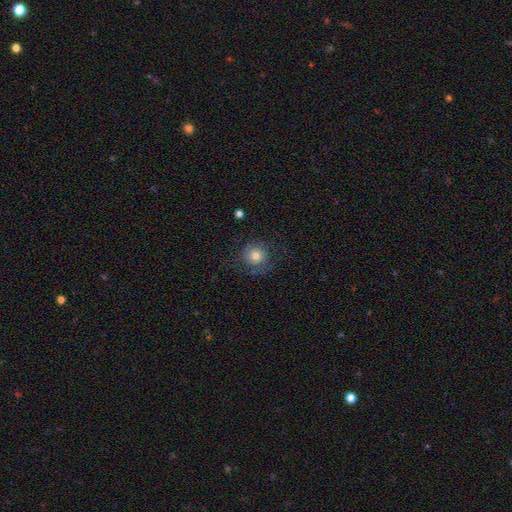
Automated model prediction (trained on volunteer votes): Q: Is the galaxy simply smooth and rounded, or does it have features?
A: smooth — 61%.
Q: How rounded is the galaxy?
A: round — 90%.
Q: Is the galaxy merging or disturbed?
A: none — 67%.